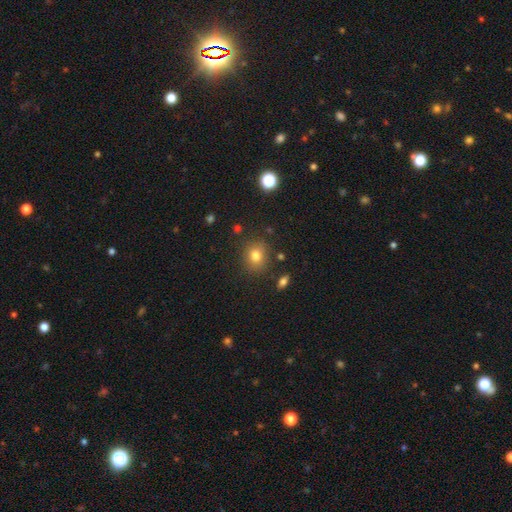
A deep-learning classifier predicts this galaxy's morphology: type=smooth (78%); roundness=round (69%); merging=none (82%).